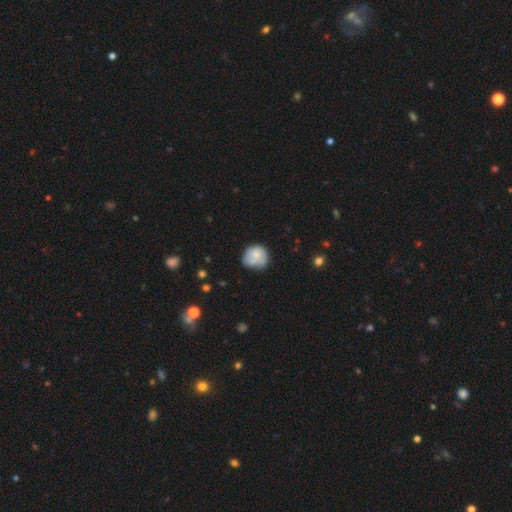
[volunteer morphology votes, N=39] A smooth galaxy with no disk features (59%) that is round (83%). Merging: none (54%).